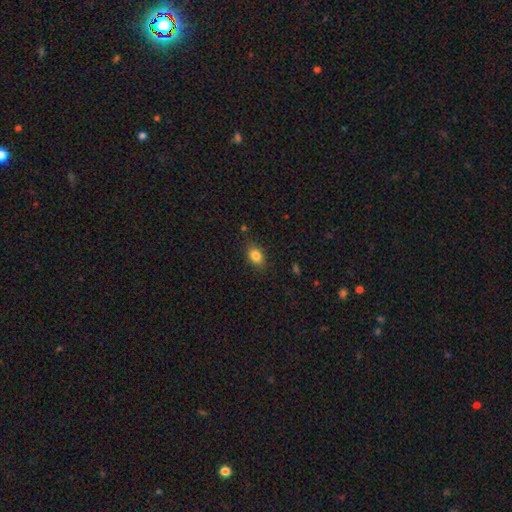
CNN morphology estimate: Smooth or featured: smooth — 83% (star or artifact — 10%)
How rounded: in between — 73% (round — 25%)
Merging: none — 81% (minor disturbance — 14%)